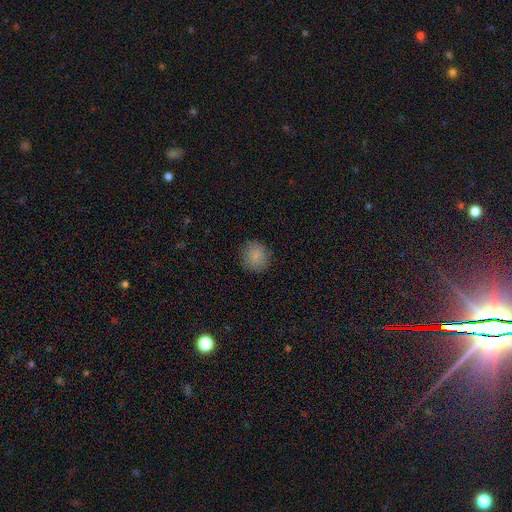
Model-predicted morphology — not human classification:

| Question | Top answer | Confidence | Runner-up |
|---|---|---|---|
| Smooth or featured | smooth | 85% | star or artifact (9%) |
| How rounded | round | 89% | in between (10%) |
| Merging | none | 85% | minor disturbance (11%) |